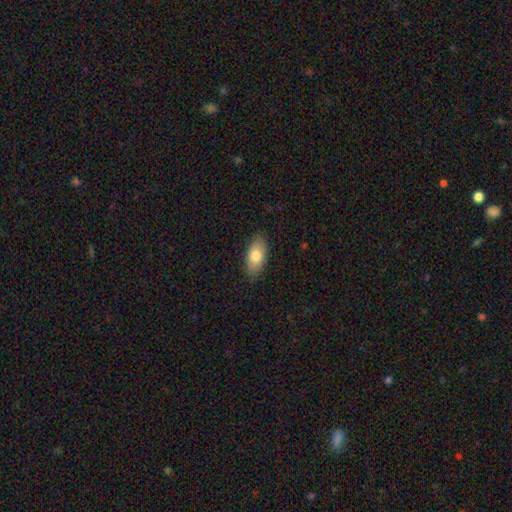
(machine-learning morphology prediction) Smooth or featured? smooth (79%)
How rounded? in between (89%)
Merging? none (87%)